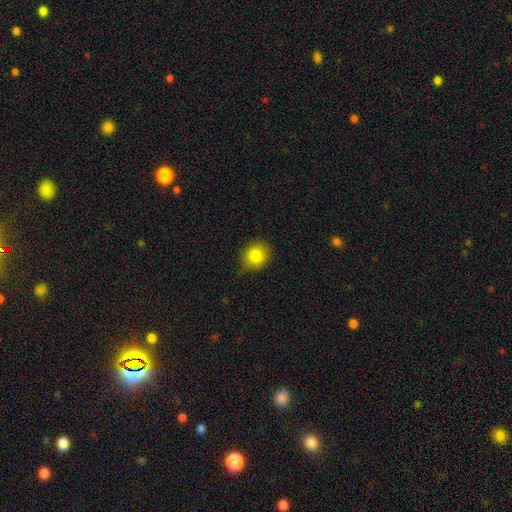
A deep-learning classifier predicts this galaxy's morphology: A smooth galaxy with no disk features (82%) that is round (72%). Merging: none (76%).